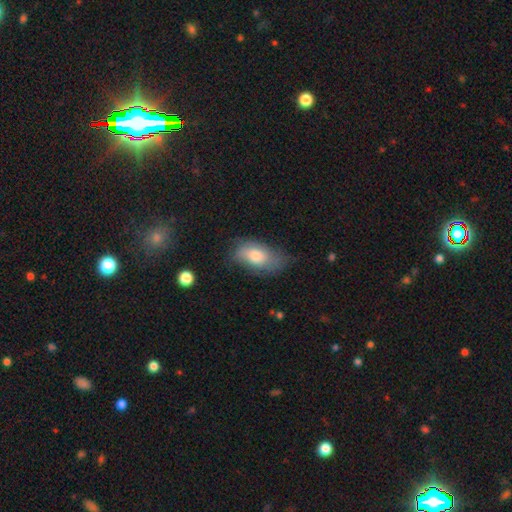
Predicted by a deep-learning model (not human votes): Smooth or featured: smooth — 69% (featured or disk — 23%)
How rounded: in between — 91% (round — 6%)
Merging: none — 54% (minor disturbance — 32%)